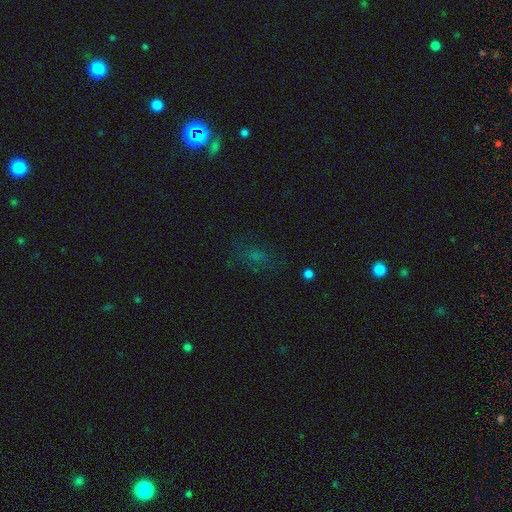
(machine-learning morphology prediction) Q: Smooth or featured?
A: star or artifact (44%); runner-up: smooth (38%)